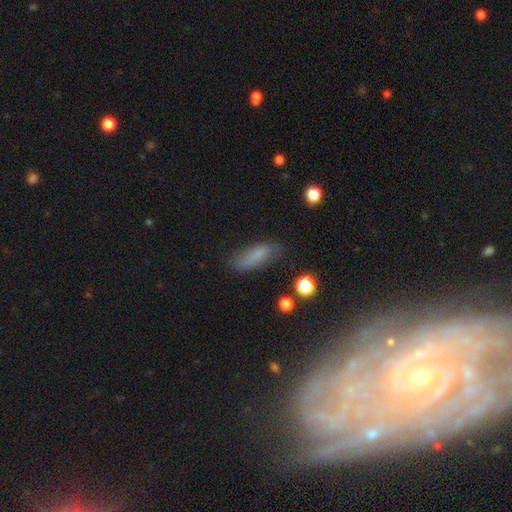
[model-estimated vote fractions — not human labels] This appears to be a smooth galaxy with no disk features (74%) that is in between round and cigar-shaped (63%). Merging: none (71%).